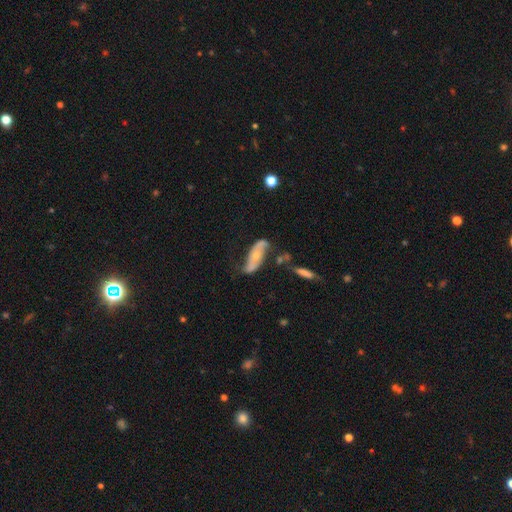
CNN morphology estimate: type=featured or disk (65%); edge-on=no (82%); bar=no (66%); spiral arms=yes (80%); bulge=small (52%); merging=none (47%).